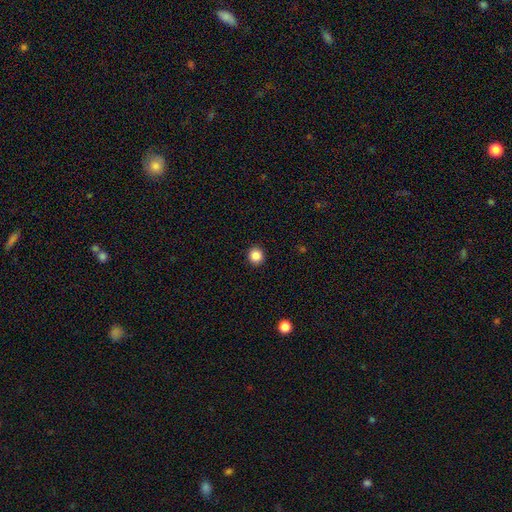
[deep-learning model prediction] This appears to be a smooth galaxy with no disk features (87%) that is round (92%). Merging: none (93%).